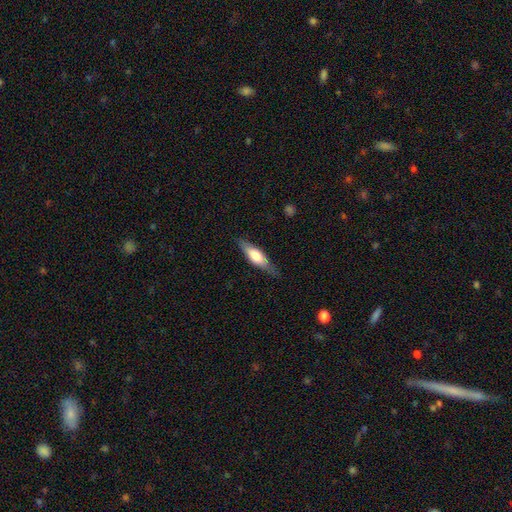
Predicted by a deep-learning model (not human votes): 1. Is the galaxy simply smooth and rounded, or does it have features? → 55% smooth, 39% featured or disk, 6% star or artifact.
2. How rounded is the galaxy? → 57% cigar-shaped, 41% in between, 2% round.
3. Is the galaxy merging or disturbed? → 80% none, 15% minor disturbance, 3% major disturbance, 1% merger.